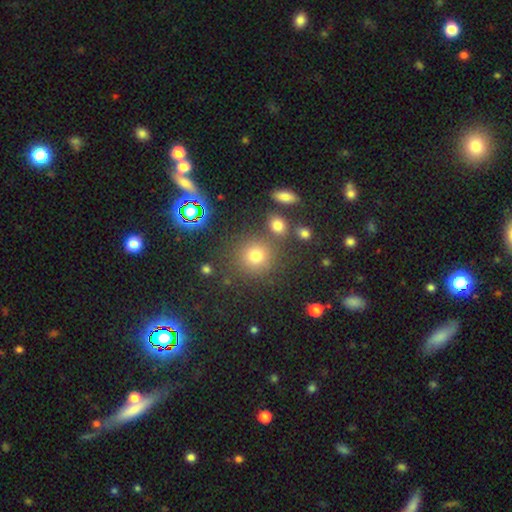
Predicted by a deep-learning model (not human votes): smooth 71%, star or artifact 20%, featured or disk 9%. Down the decision tree: how rounded — round (89%); merging — none (77%).